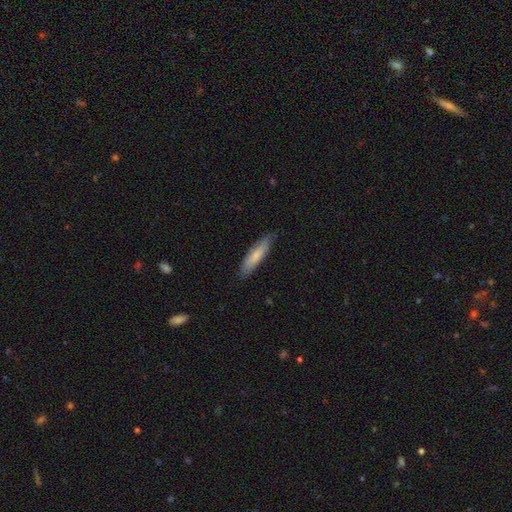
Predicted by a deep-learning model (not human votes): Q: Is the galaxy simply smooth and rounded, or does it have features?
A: smooth — 75%.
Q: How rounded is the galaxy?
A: cigar-shaped — 73%.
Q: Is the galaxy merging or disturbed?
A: none — 83%.